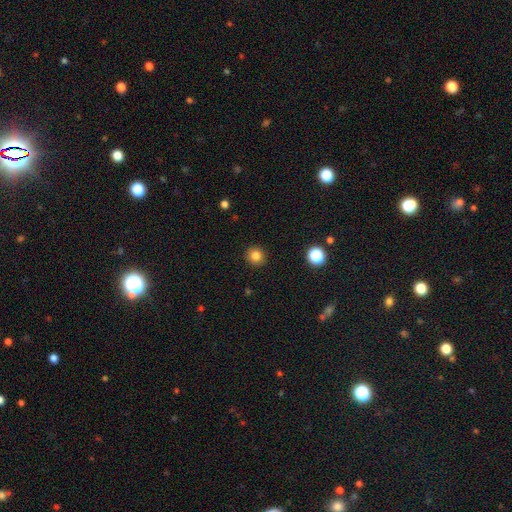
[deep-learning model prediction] Morphology: type=smooth (83%); roundness=round (90%); merging=none (92%).